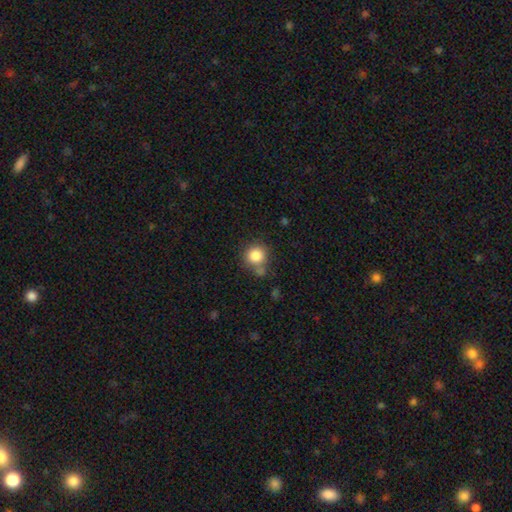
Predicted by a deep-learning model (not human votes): smooth_or_featured: smooth (p=0.84) [alt: star or artifact p=0.10]
how_rounded: round (p=0.89) [alt: in between p=0.10]
merging: none (p=0.66) [alt: minor disturbance p=0.15]